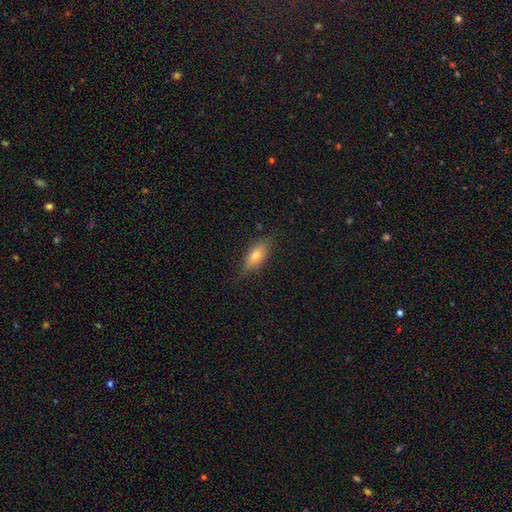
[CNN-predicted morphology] This is possibly a smooth galaxy (52%). How rounded: likely in between (68%). Merging: likely none (75%).